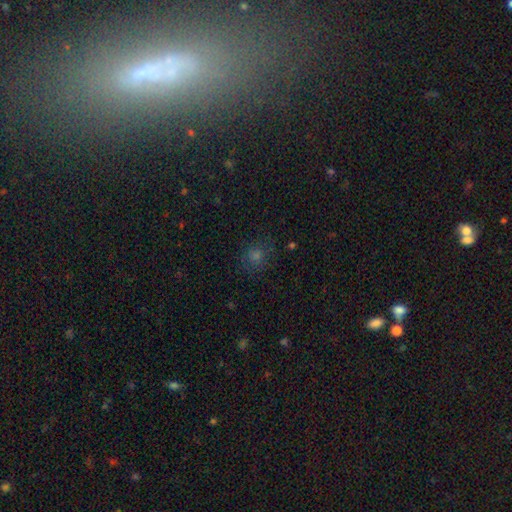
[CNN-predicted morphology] smooth 50%, star or artifact 38%, featured or disk 12%. Down the decision tree: merging — none (82%).